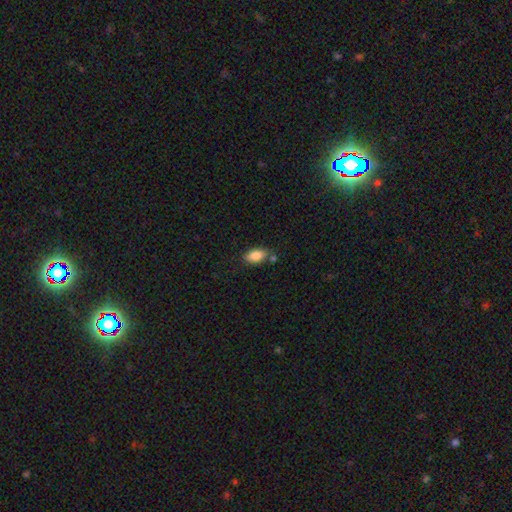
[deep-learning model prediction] smooth-or-featured: smooth: 85% | featured or disk: 8% | star or artifact: 7%
  how-rounded: in between: 90% | round: 5% | cigar-shaped: 5%
  merging: none: 73% | minor disturbance: 15% | merger: 9% | major disturbance: 3%